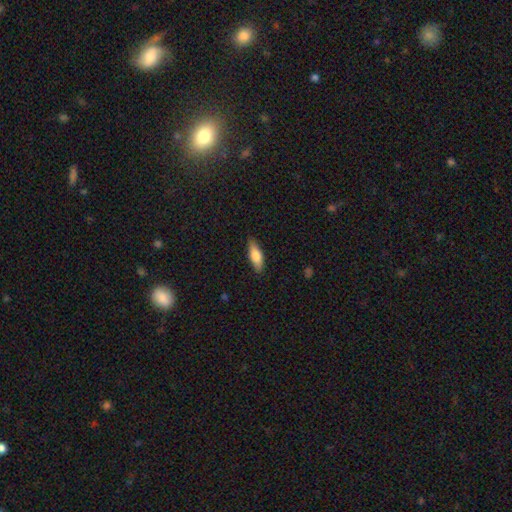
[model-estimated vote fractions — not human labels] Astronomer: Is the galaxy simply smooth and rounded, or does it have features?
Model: smooth — 75%.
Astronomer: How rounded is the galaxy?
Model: in between — 58% (runner-up: cigar-shaped, 39%).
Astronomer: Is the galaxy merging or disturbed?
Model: none — 86%.